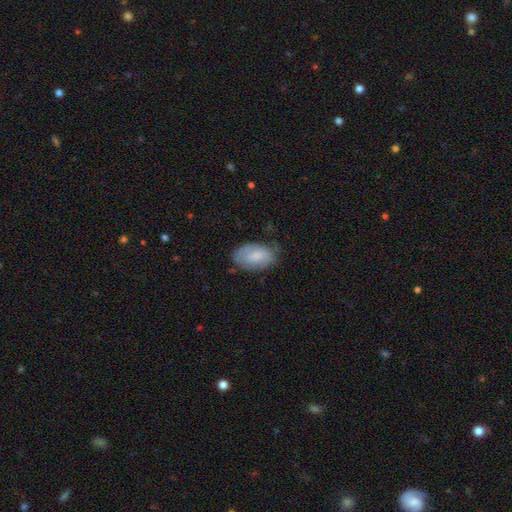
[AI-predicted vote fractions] smooth 67%, featured or disk 26%, star or artifact 7%. Down the decision tree: how rounded — in between (93%); merging — none (63%).